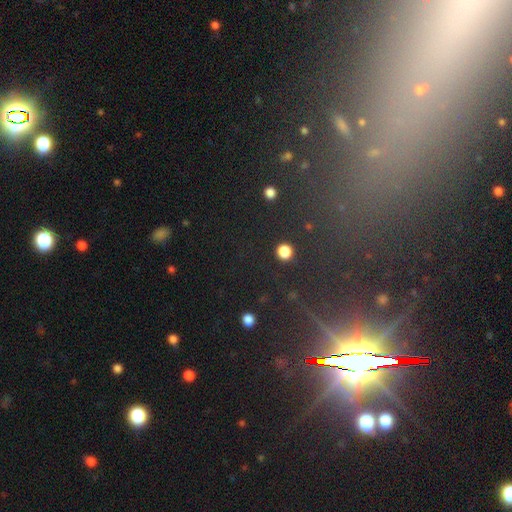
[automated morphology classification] Smooth or featured?
  - star or artifact: 71% *
  - smooth: 15%
  - featured or disk: 14%